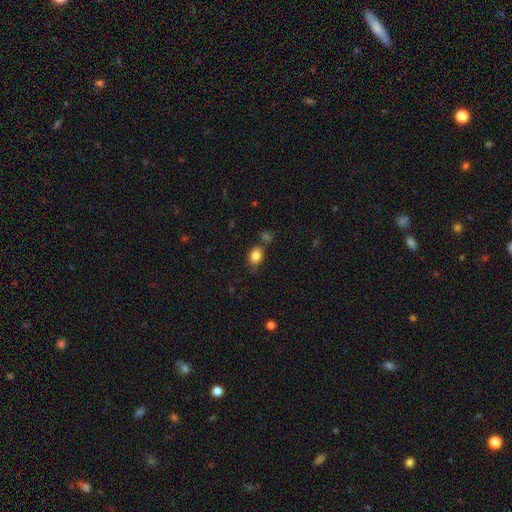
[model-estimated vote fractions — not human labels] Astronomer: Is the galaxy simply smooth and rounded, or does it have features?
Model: smooth — 83%.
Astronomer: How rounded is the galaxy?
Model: in between — 64%.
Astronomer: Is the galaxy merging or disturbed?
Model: none — 63%.